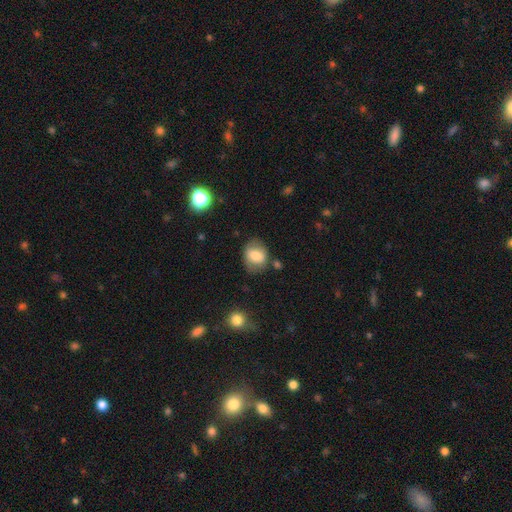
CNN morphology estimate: This is likely a smooth galaxy (72%). How rounded: possibly in between (57%). Merging: likely none (71%).